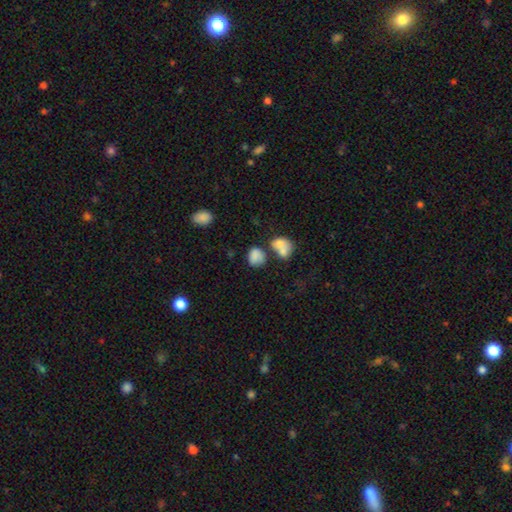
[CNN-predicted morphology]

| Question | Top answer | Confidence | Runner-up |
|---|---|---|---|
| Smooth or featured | smooth | 80% | star or artifact (11%) |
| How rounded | round | 52% | in between (46%) |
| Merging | none | 41% | merger (36%) |